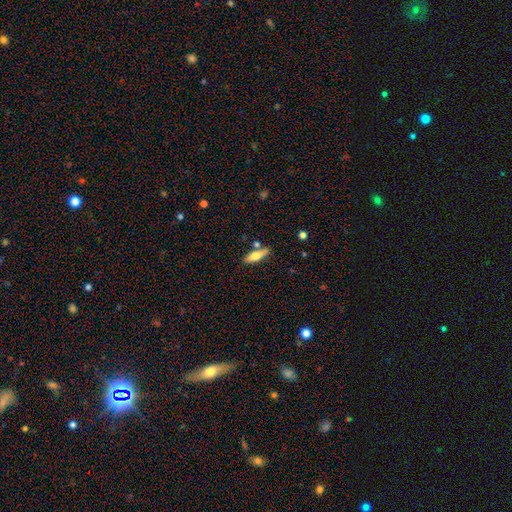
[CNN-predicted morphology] smooth-or-featured: smooth: 59% | featured or disk: 35% | star or artifact: 6%
  how-rounded: cigar-shaped: 50% | in between: 47% | round: 3%
  merging: none: 75% | minor disturbance: 13% | merger: 9% | major disturbance: 3%